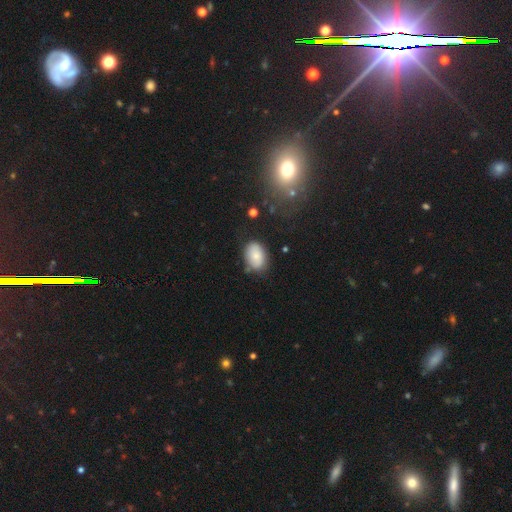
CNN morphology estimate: Smooth or featured: smooth — 80% (featured or disk — 12%)
How rounded: in between — 85% (round — 13%)
Merging: none — 71% (minor disturbance — 20%)